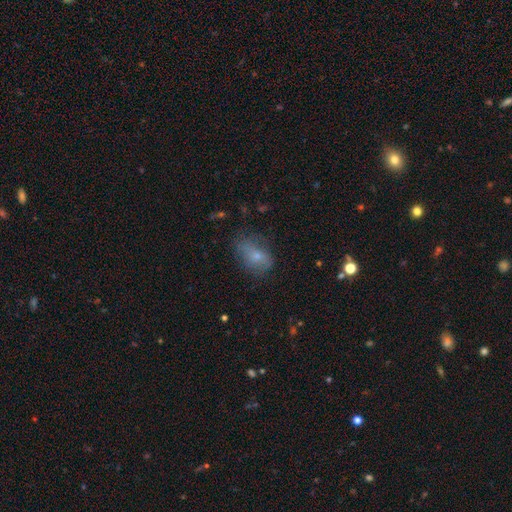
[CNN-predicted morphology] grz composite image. It shows a smooth galaxy with no disk features (66%) that is in between round and cigar-shaped (80%). Merging: none (56%).